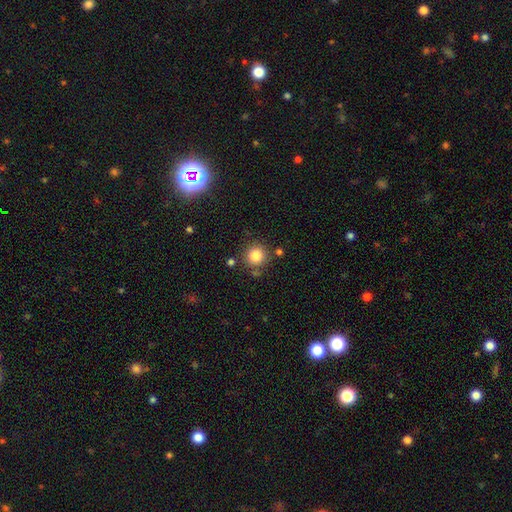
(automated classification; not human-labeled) Smooth or featured: smooth — 83% (star or artifact — 11%)
How rounded: round — 92% (in between — 7%)
Merging: none — 80% (minor disturbance — 10%)